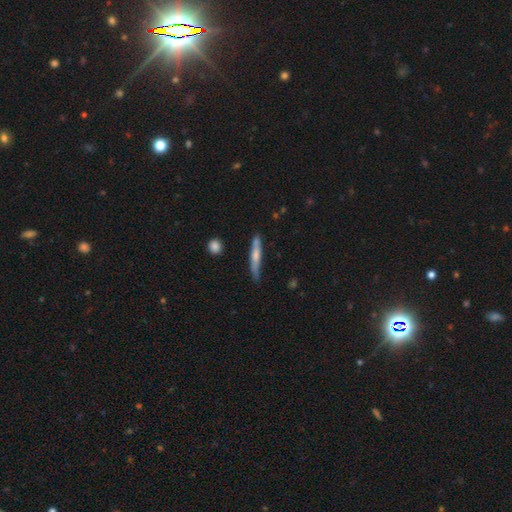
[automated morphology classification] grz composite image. It shows a smooth galaxy with no disk features (62%) that is cigar-shaped (92%). Merging: none (72%).